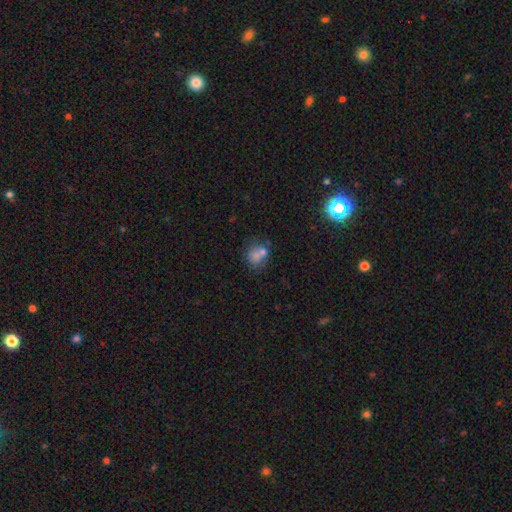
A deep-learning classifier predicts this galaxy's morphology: Smooth or featured: smooth — 67% (star or artifact — 20%)
How rounded: round — 75% (in between — 24%)
Merging: none — 52% (merger — 29%)